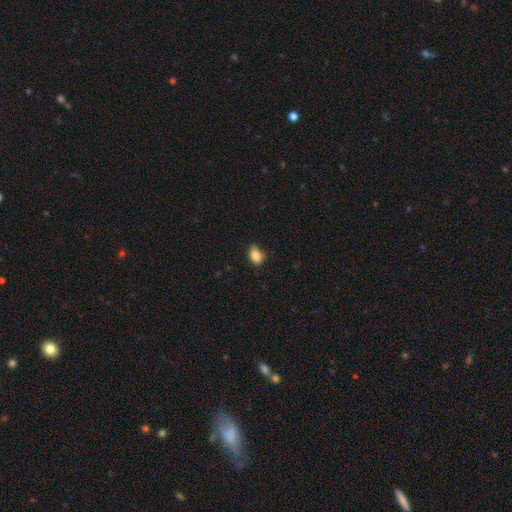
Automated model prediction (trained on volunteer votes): Smooth or featured: smooth — 82% (star or artifact — 9%)
How rounded: in between — 80% (round — 18%)
Merging: none — 58% (minor disturbance — 33%)